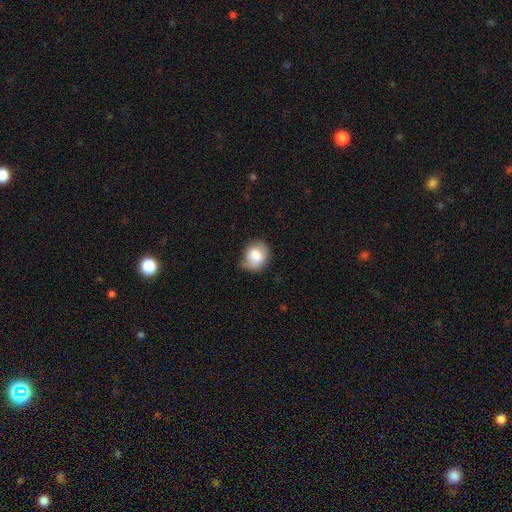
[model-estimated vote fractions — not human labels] Overall: smooth (80%). How rounded: round (60%; in between 39%). Merging: none (58%; minor disturbance 33%).